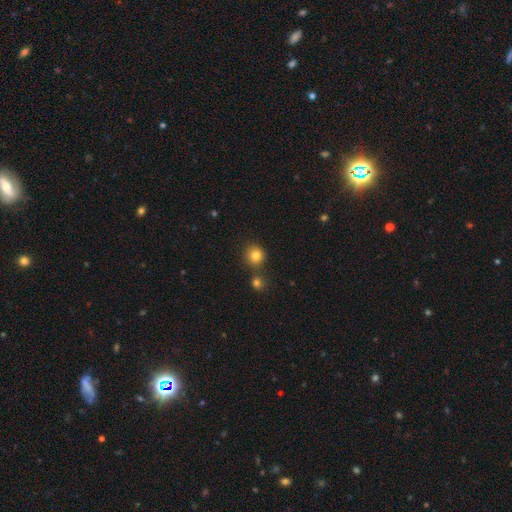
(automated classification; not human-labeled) smooth_or_featured: smooth (p=0.81) [alt: star or artifact p=0.13]
how_rounded: round (p=0.90) [alt: in between p=0.09]
merging: none (p=0.74) [alt: merger p=0.15]